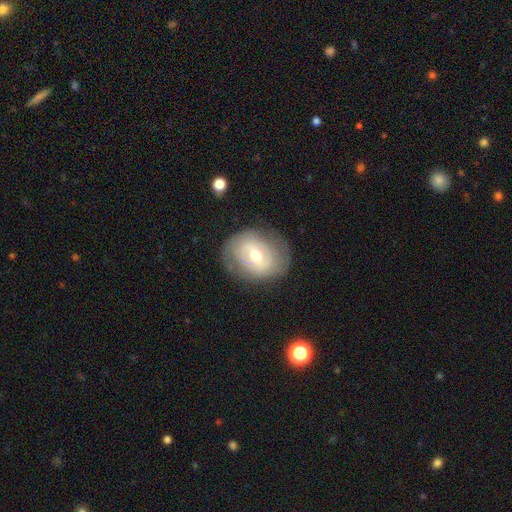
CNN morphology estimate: type=featured or disk (64%); edge-on=no (96%); bar=weak (49%); spiral arms=yes (65%); bulge=moderate (67%); merging=none (76%).